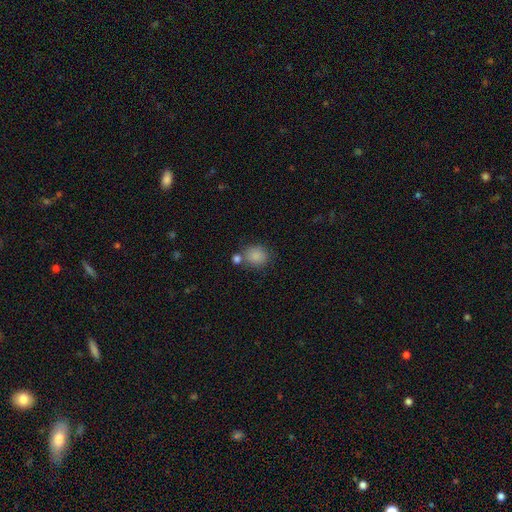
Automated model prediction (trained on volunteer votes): Smooth or featured: smooth — 85% (star or artifact — 10%)
How rounded: round — 73% (in between — 26%)
Merging: none — 64% (merger — 19%)